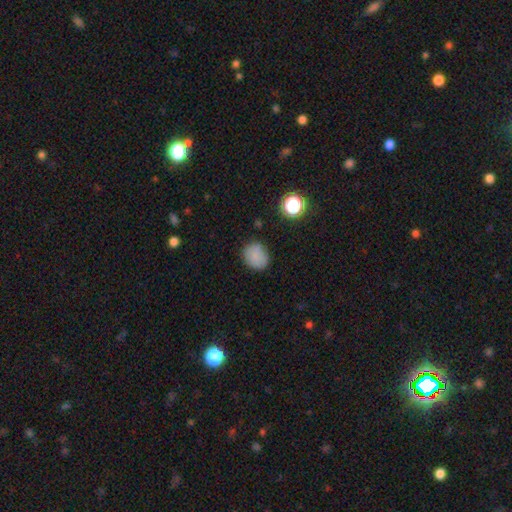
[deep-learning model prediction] A smooth galaxy with no disk features (82%) that is round (67%).

Vote fractions:
- Smooth or featured? smooth: 82% / star or artifact: 12% / featured or disk: 6%
- How rounded? round: 67% / in between: 32% / cigar-shaped: 1%
- Merging? none: 80% / minor disturbance: 14% / major disturbance: 4% / merger: 2%